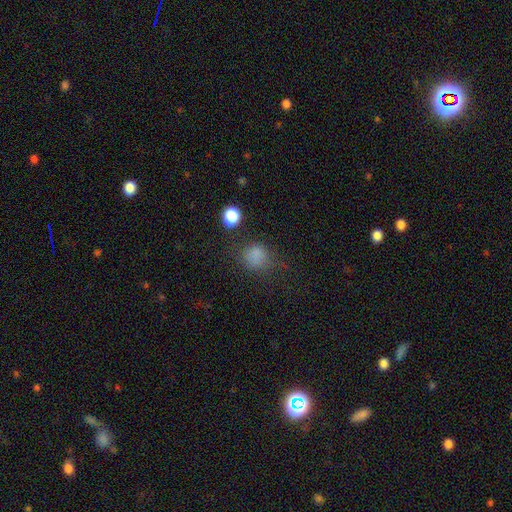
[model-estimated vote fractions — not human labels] smooth 78%, star or artifact 17%, featured or disk 6%. Down the decision tree: how rounded — round (79%); merging — none (66%).